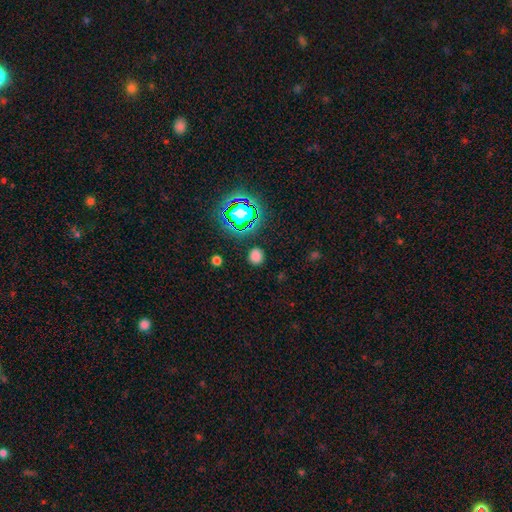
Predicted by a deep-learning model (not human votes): smooth_or_featured: smooth (p=0.70) [alt: star or artifact p=0.25]
how_rounded: round (p=0.84) [alt: in between p=0.15]
merging: none (p=0.87) [alt: minor disturbance p=0.08]